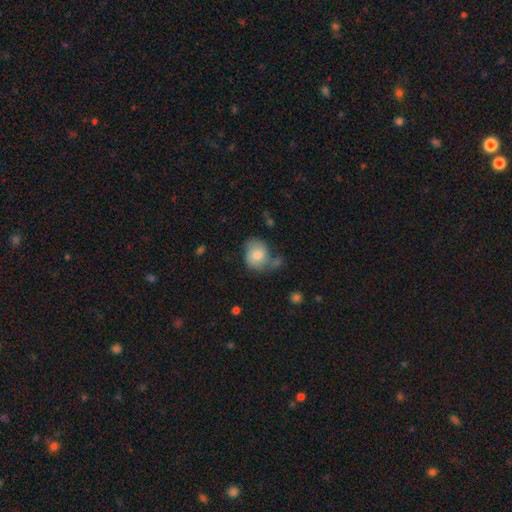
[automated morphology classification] Overall: smooth (64%; featured or disk 27%). How rounded: round (62%; in between 37%). Merging: none (48%; minor disturbance 26%).